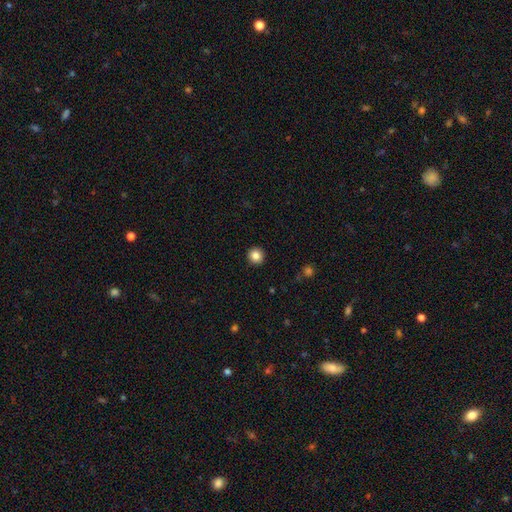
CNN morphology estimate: This is clearly a smooth galaxy (85%). How rounded: clearly round (95%). Merging: clearly none (93%).